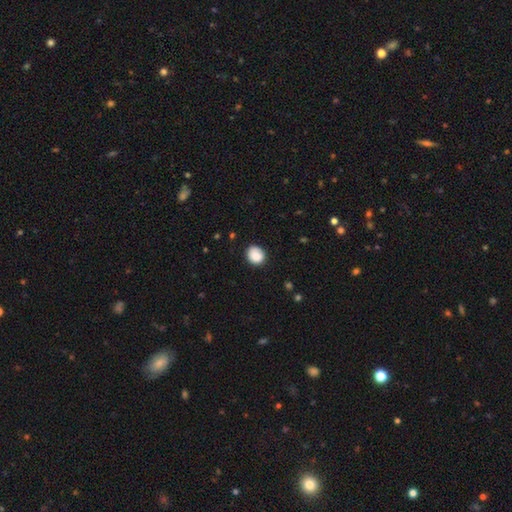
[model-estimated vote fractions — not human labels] The model was most divided on "how rounded": round: 73%, in between: 26%, cigar-shaped: 1%. More confident: smooth or featured — smooth (85%); merging — none (78%).